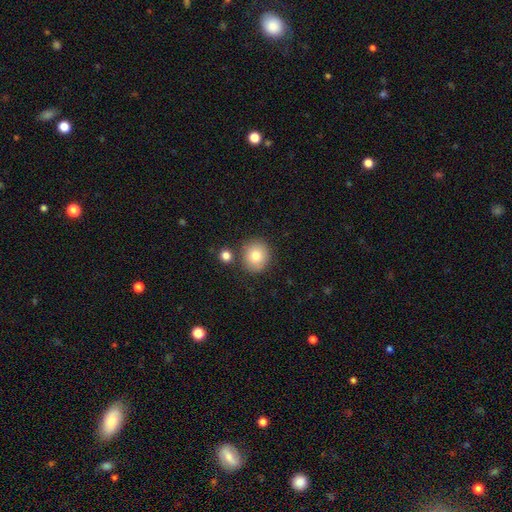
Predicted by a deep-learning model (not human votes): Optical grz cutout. It shows a smooth galaxy with no disk features (80%) that is round (88%). Merging: none (80%).